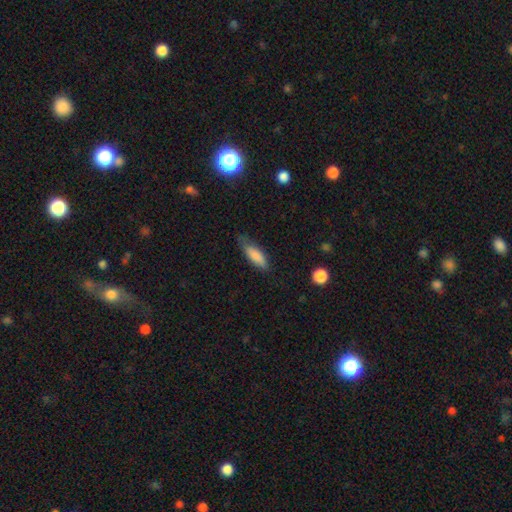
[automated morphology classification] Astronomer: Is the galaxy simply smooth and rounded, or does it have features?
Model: smooth — 83%.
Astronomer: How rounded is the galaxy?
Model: in between — 57% (runner-up: cigar-shaped, 41%).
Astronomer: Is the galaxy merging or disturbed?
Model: none — 58%.